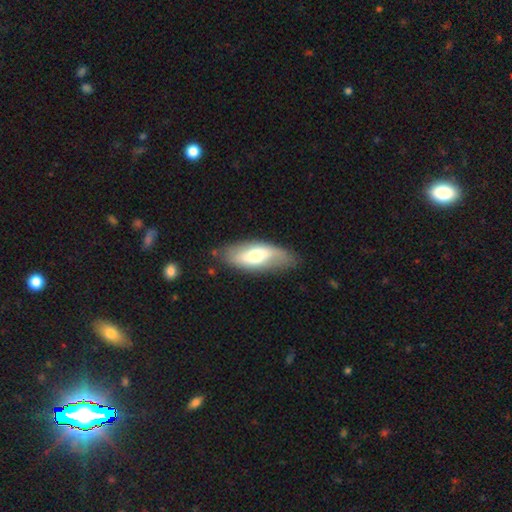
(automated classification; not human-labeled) This is possibly a smooth galaxy (55%). How rounded: clearly in between (81%). Merging: likely none (76%).